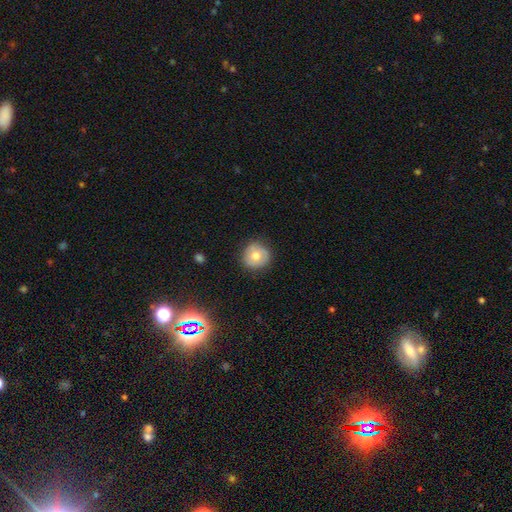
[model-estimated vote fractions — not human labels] smooth-or-featured: smooth: 71% | featured or disk: 19% | star or artifact: 9%
  how-rounded: round: 92% | in between: 7% | cigar-shaped: 1%
  merging: none: 84% | minor disturbance: 13% | major disturbance: 3% | merger: 1%